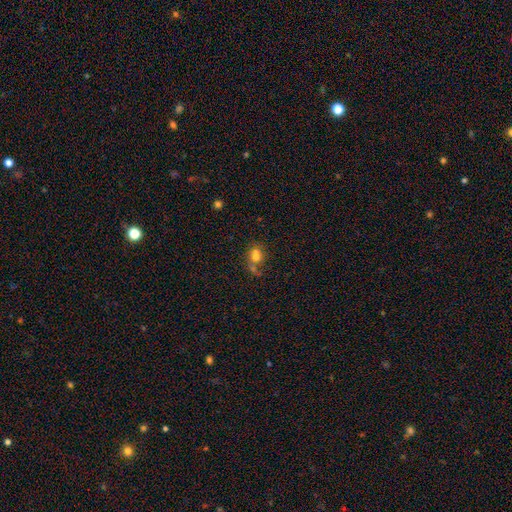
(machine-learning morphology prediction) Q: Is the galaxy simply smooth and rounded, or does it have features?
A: smooth — 65%.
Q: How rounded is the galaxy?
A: in between — 58%.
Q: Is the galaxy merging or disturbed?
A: merger — 49%.